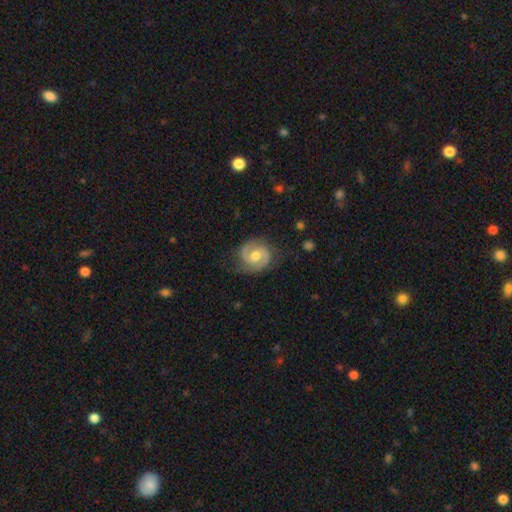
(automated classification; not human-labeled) Overall: featured or disk (82%). Edge-on disk: no (98%). Bar: no (49%; weak 41%). Spiral arms: yes (95%). Spiral arm count: 2 (90%). Spiral winding: medium (48%; tight 39%). Bulge size: moderate (75%). Merging: none (77%).